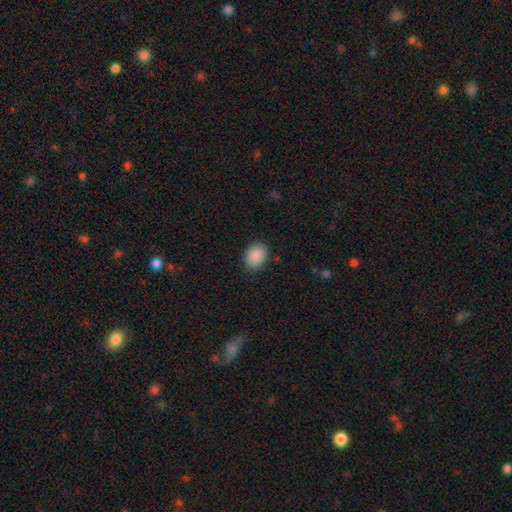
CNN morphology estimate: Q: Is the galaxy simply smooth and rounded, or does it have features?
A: smooth — 90%.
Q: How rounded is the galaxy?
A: in between — 72%.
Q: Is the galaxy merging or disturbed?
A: none — 85%.